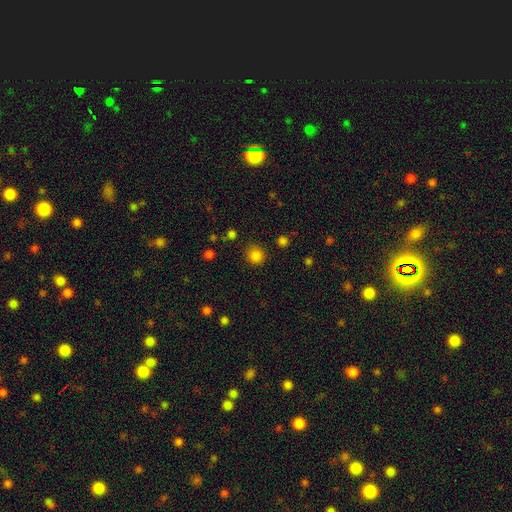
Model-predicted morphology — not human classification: Q: Smooth or featured?
A: smooth (83%); runner-up: star or artifact (13%)
Q: How rounded?
A: round (89%); runner-up: in between (10%)
Q: Merging?
A: none (85%); runner-up: minor disturbance (10%)